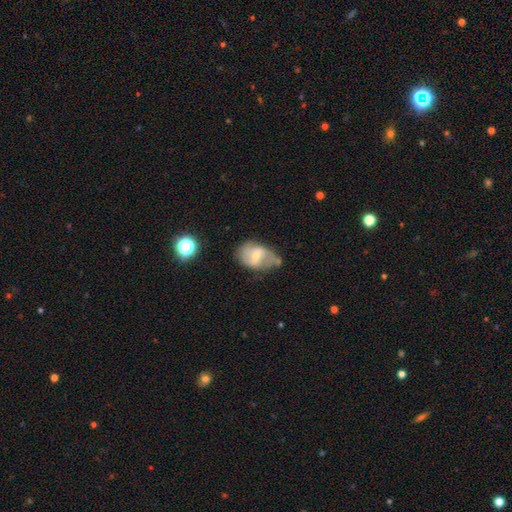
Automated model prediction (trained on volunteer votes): smooth-or-featured: featured or disk: 58% | smooth: 34% | star or artifact: 8%
  disk-edge-on: no: 96% | yes: 4%
    bar: weak: 51% | no: 25% | strong: 24%
    has-spiral-arms: yes: 72% | no: 28%
    bulge-size: small: 55% | moderate: 40% | none: 2% | large: 2% | dominant: 1%
  merging: none: 41% | minor disturbance: 32% | major disturbance: 17% | merger: 10%